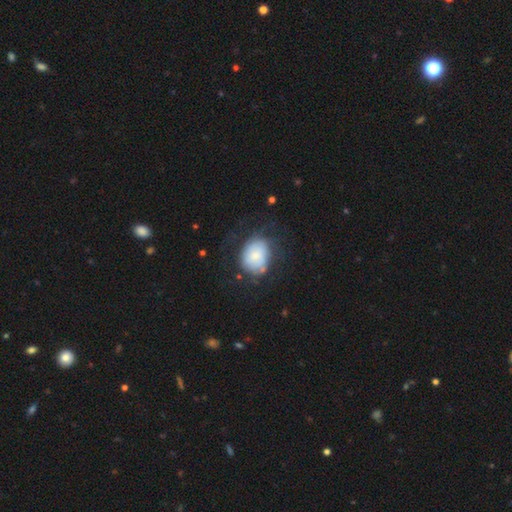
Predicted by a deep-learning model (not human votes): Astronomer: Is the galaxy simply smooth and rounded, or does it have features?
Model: smooth — 63%.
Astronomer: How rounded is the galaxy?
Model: round — 53% (runner-up: in between, 46%).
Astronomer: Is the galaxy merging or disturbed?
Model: none — 51%.